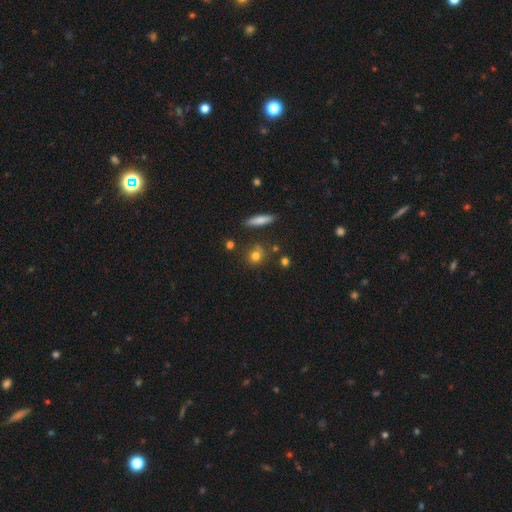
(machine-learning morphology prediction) smooth_or_featured: smooth (p=0.75) [alt: star or artifact p=0.14]
how_rounded: round (p=0.79) [alt: in between p=0.15]
merging: none (p=0.75) [alt: minor disturbance p=0.12]